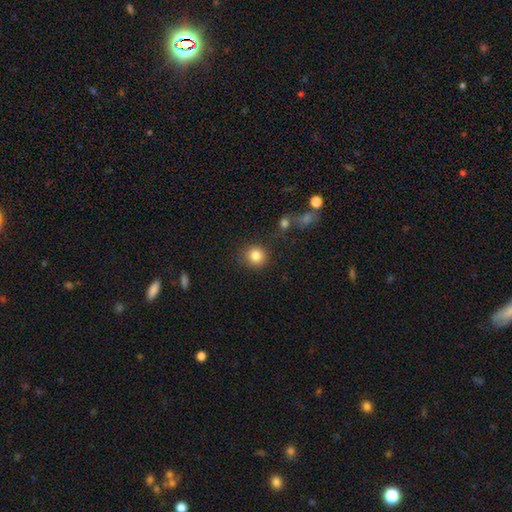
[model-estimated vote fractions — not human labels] This is clearly a smooth galaxy (85%). How rounded: clearly round (89%). Merging: clearly none (83%).